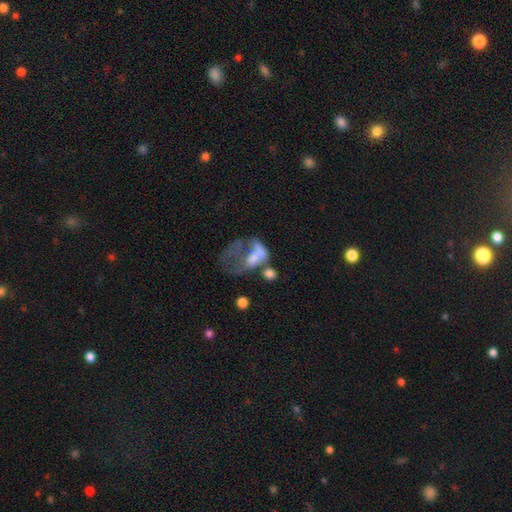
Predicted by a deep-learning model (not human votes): smooth_or_featured: smooth (p=0.46) [alt: featured or disk p=0.41]
merging: major disturbance (p=0.48) [alt: merger p=0.30]